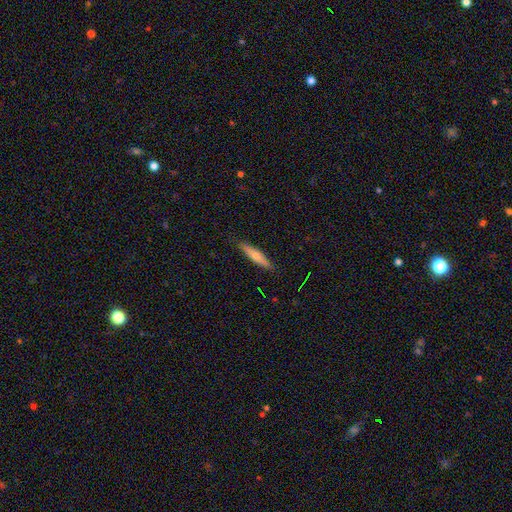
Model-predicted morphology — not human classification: A smooth galaxy with no disk features (50%) that is cigar-shaped (85%). Merging: none (88%).